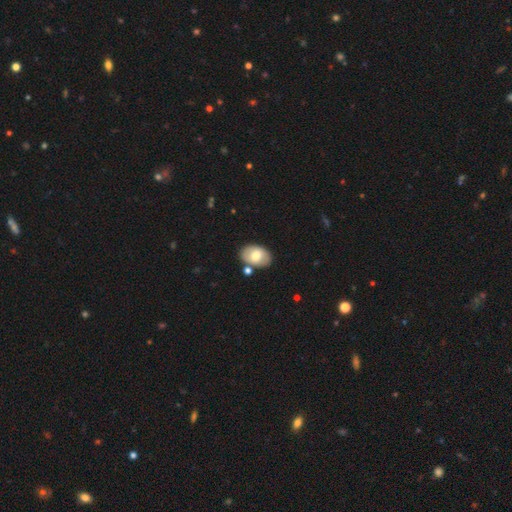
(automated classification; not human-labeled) Q: Smooth or featured?
A: smooth (69%); runner-up: featured or disk (24%)
Q: How rounded?
A: in between (86%); runner-up: round (13%)
Q: Merging?
A: none (77%); runner-up: minor disturbance (12%)